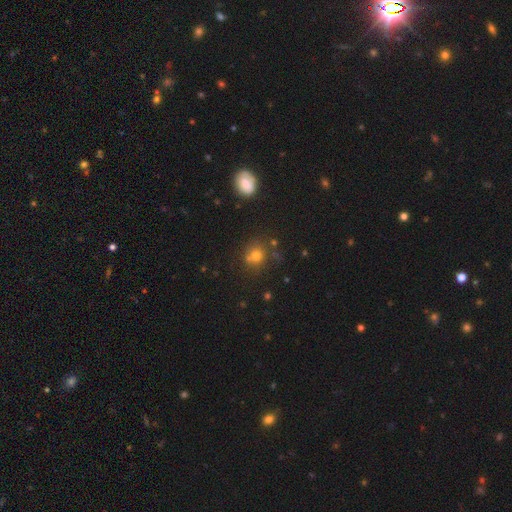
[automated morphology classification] A smooth galaxy with no disk features (71%) that is round (81%). Merging: none (63%).